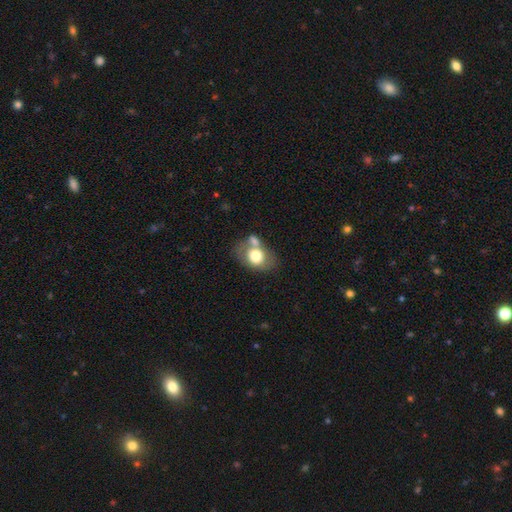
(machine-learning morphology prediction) This is likely a smooth galaxy (65%). How rounded: likely in between (63%). Merging: marginally none (42%).